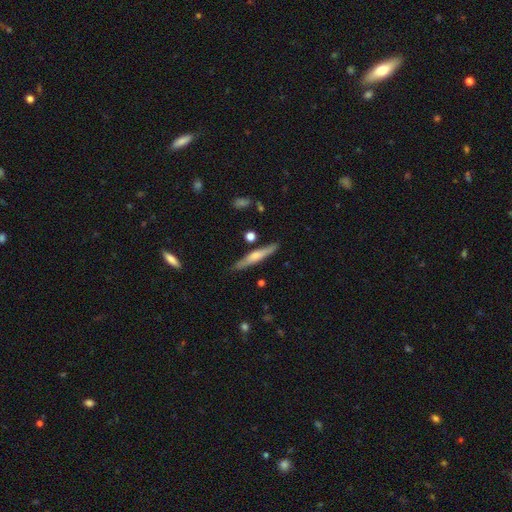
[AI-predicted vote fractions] smooth_or_featured: smooth (p=0.49) [alt: featured or disk p=0.46]
merging: none (p=0.85) [alt: minor disturbance p=0.10]